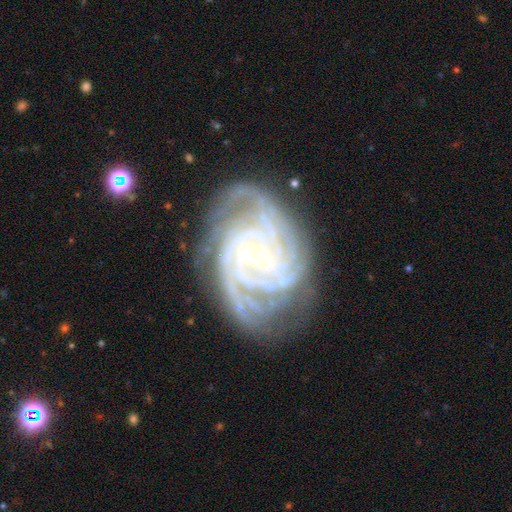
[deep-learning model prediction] featured or disk 91%, star or artifact 5%, smooth 4%. Down the decision tree: edge-on disk — no (98%); bar — weak (44%); spiral arms — yes (99%); spiral arm count — 4 (33%); spiral winding — tight (79%); bulge size — small (77%); merging — none (76%).